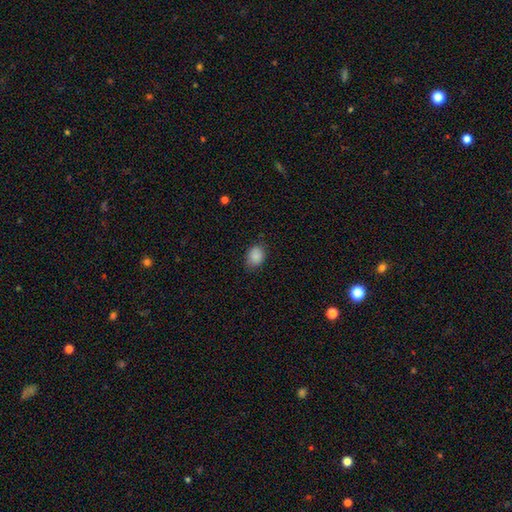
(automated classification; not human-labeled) smooth-or-featured: smooth: 88% | star or artifact: 8% | featured or disk: 4%
  how-rounded: in between: 62% | round: 37% | cigar-shaped: 1%
  merging: none: 76% | minor disturbance: 19% | major disturbance: 4% | merger: 1%